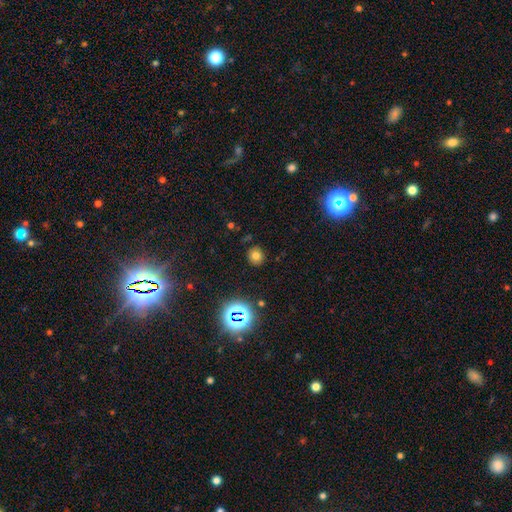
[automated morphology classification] smooth 70%, star or artifact 22%, featured or disk 9%. Down the decision tree: how rounded — round (87%); merging — none (88%).